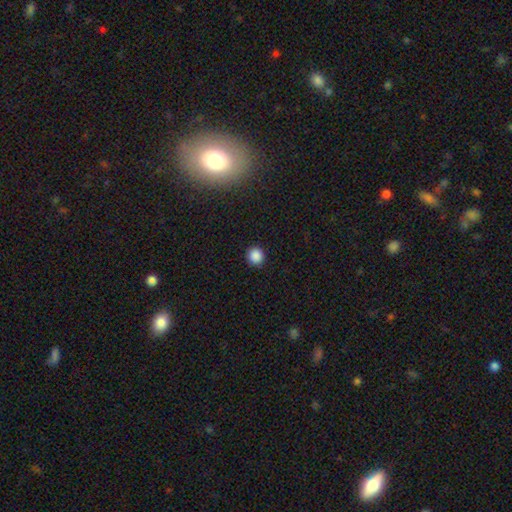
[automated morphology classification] Smooth or featured? Predicted: smooth (p=0.87). How rounded? Predicted: round (p=0.93). Merging? Predicted: none (p=0.92).